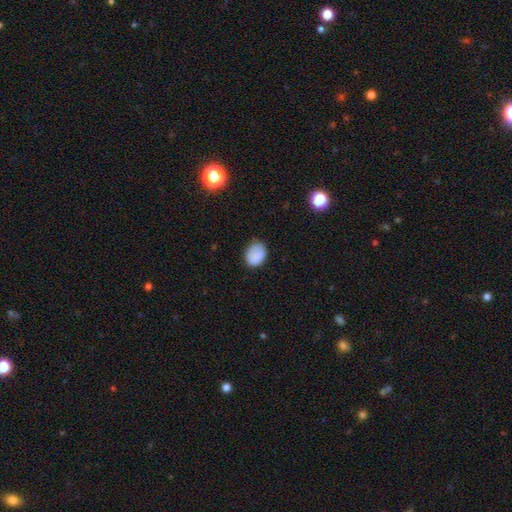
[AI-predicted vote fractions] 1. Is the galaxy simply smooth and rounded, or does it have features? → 85% smooth, 9% star or artifact, 6% featured or disk.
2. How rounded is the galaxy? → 65% in between, 34% round, 1% cigar-shaped.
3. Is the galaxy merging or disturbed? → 77% none, 18% minor disturbance, 4% major disturbance, 1% merger.